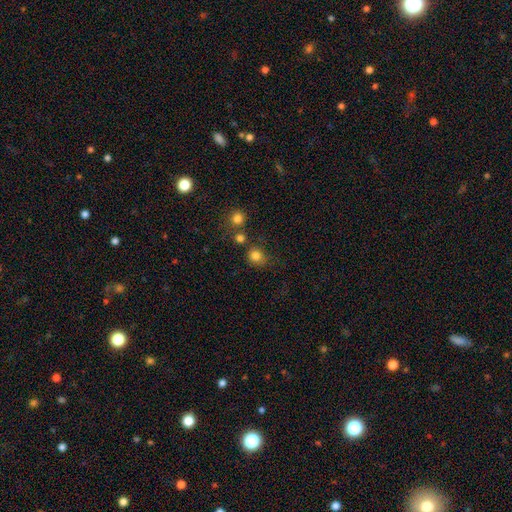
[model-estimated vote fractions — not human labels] A smooth galaxy with no disk features (81%) that is round (82%).

Vote fractions:
- Smooth or featured? smooth: 81% / star or artifact: 14% / featured or disk: 5%
- How rounded? round: 82% / in between: 17% / cigar-shaped: 1%
- Merging? none: 68% / minor disturbance: 14% / merger: 13% / major disturbance: 6%